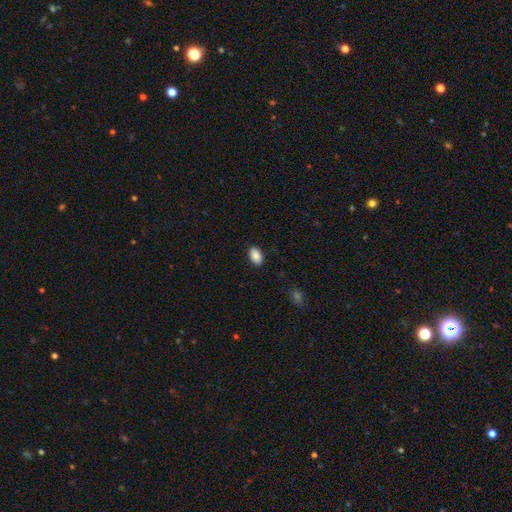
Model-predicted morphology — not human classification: Overall: smooth (89%). How rounded: in between (92%). Merging: none (89%).